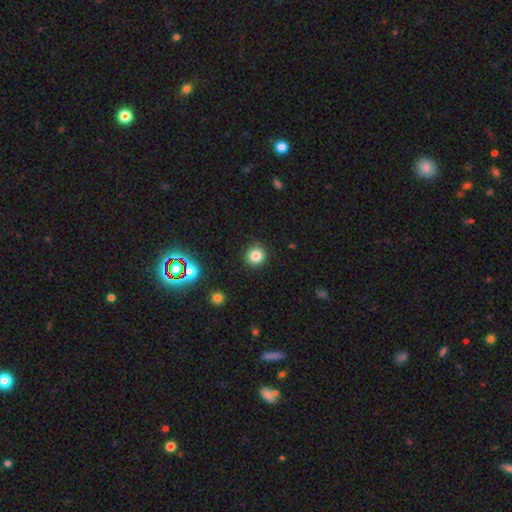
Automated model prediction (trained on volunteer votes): This appears to be a smooth galaxy with no disk features (82%) that is round (92%). Merging: none (90%).